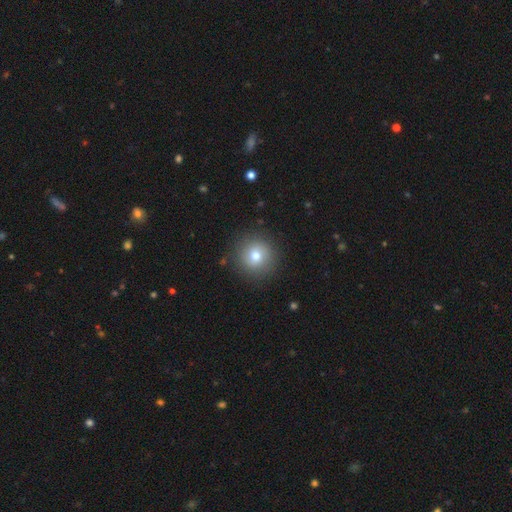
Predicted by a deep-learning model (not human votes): A smooth galaxy with no disk features (77%) that is round (94%).

Vote fractions:
- Smooth or featured? smooth: 77% / featured or disk: 12% / star or artifact: 11%
- How rounded? round: 94% / in between: 5% / cigar-shaped: 1%
- Merging? none: 88% / minor disturbance: 8% / major disturbance: 3% / merger: 1%